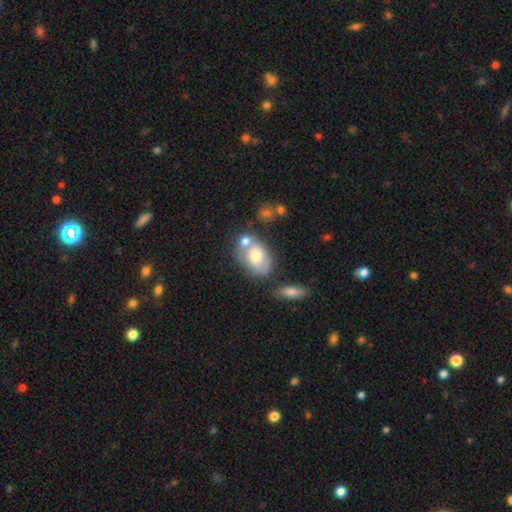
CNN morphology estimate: The model was most divided on "merging": none: 40%, merger: 34%, minor disturbance: 18%, major disturbance: 8%. More confident: how rounded — in between (85%); smooth or featured — smooth (68%).